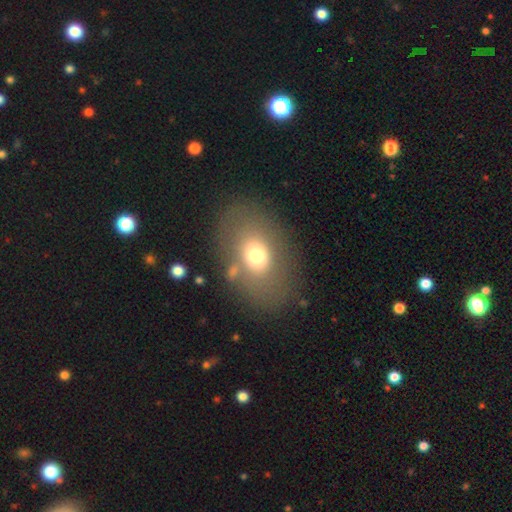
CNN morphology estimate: A smooth galaxy with no disk features (66%) that is in between round and cigar-shaped (77%). Merging: none (71%).